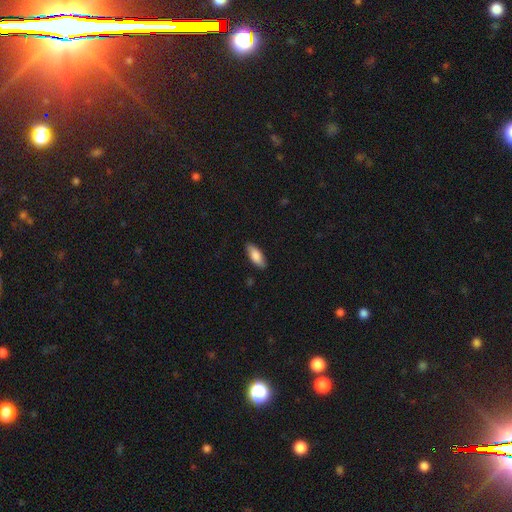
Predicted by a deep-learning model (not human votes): Smooth or featured?
  - smooth: 82% *
  - featured or disk: 12%
  - star or artifact: 6%
How rounded?
  - in between: 77% *
  - cigar-shaped: 21%
  - round: 2%
Merging?
  - none: 86% *
  - minor disturbance: 11%
  - major disturbance: 2%
  - merger: 1%